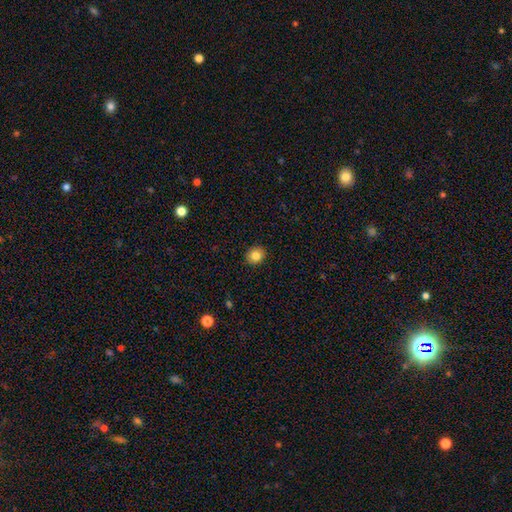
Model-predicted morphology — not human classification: A smooth galaxy with no disk features (83%) that is round (78%).

Vote fractions:
- Smooth or featured? smooth: 83% / star or artifact: 10% / featured or disk: 7%
- How rounded? round: 78% / in between: 21% / cigar-shaped: 1%
- Merging? none: 91% / minor disturbance: 6% / major disturbance: 2% / merger: 1%